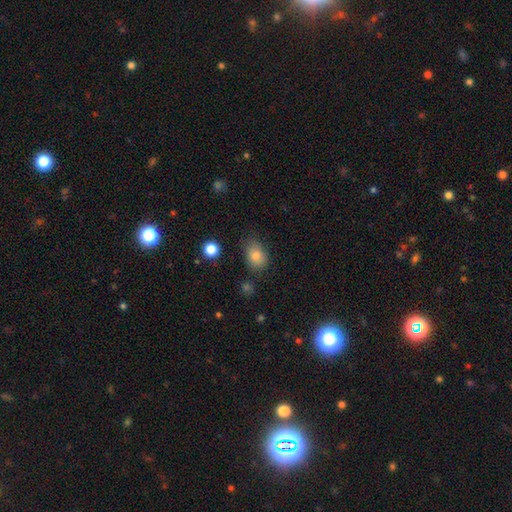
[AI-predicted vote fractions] smooth_or_featured: smooth (p=0.82) [alt: star or artifact p=0.11]
how_rounded: in between (p=0.74) [alt: round p=0.25]
merging: none (p=0.73) [alt: minor disturbance p=0.19]